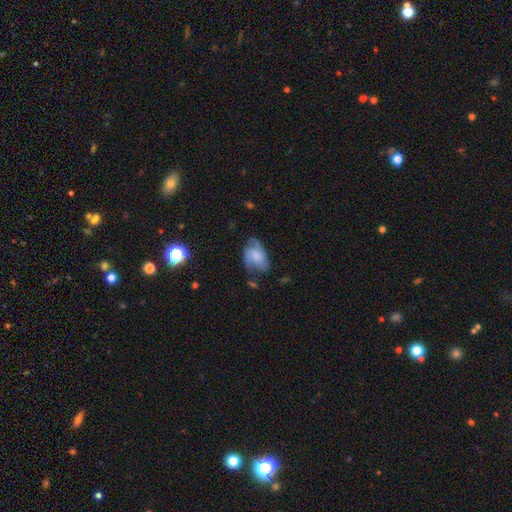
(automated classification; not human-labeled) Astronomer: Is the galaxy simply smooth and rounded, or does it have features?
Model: featured or disk — 58% (runner-up: smooth, 34%).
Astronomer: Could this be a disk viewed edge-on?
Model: no — 96%.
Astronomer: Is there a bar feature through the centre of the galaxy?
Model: no — 67%.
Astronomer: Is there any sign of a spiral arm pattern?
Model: yes — 85%.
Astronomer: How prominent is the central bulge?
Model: small — 33% (runner-up: moderate, 31%).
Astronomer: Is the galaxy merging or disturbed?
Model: none — 52% (runner-up: minor disturbance, 28%).